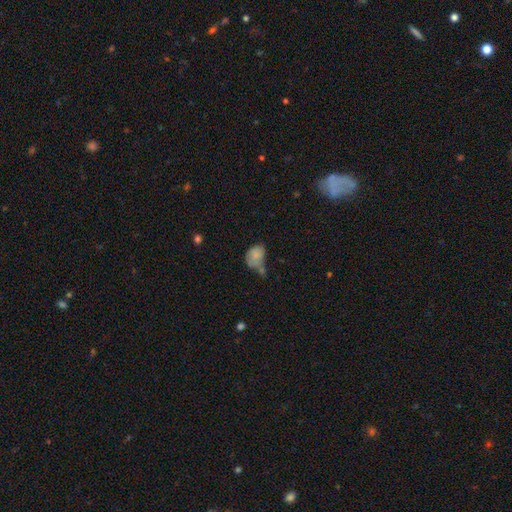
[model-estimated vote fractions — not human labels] smooth-or-featured: smooth: 75% | featured or disk: 16% | star or artifact: 9%
  how-rounded: in between: 67% | round: 32% | cigar-shaped: 1%
  merging: merger: 30% | none: 29% | minor disturbance: 26% | major disturbance: 15%